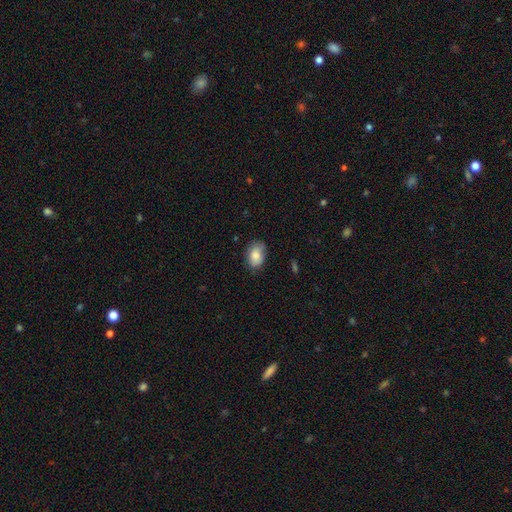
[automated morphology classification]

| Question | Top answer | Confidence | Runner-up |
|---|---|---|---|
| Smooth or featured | smooth | 85% | featured or disk (8%) |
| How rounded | in between | 85% | round (13%) |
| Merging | none | 76% | minor disturbance (19%) |